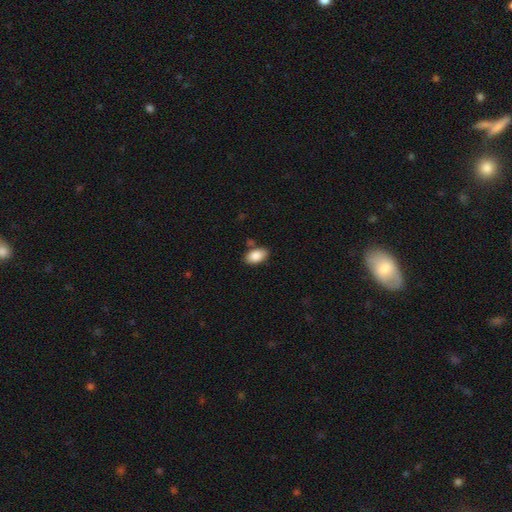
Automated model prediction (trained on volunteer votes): This is clearly a smooth galaxy (87%). How rounded: clearly in between (93%). Merging: likely none (79%).